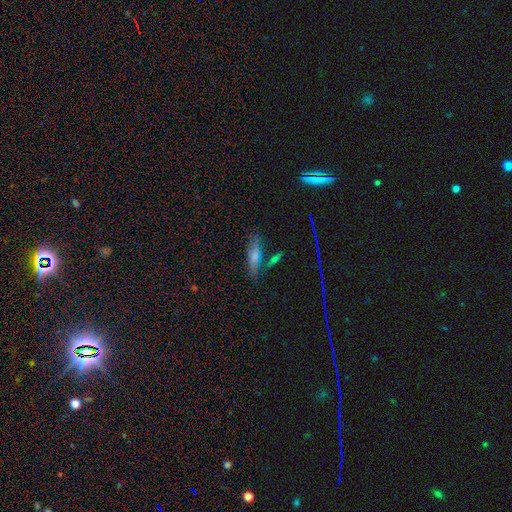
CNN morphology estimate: The model was most divided on "how rounded": in between: 51%, cigar-shaped: 45%, round: 4%. More confident: merging — none (66%); smooth or featured — smooth (60%).